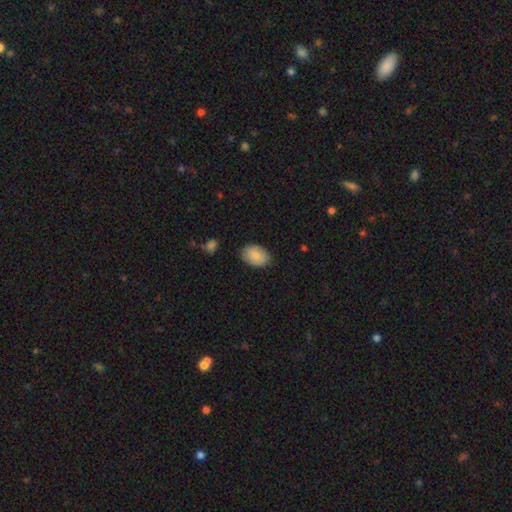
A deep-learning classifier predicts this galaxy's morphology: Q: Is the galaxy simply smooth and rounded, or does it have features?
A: smooth — 85%.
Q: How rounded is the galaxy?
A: in between — 84%.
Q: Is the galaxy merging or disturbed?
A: none — 83%.